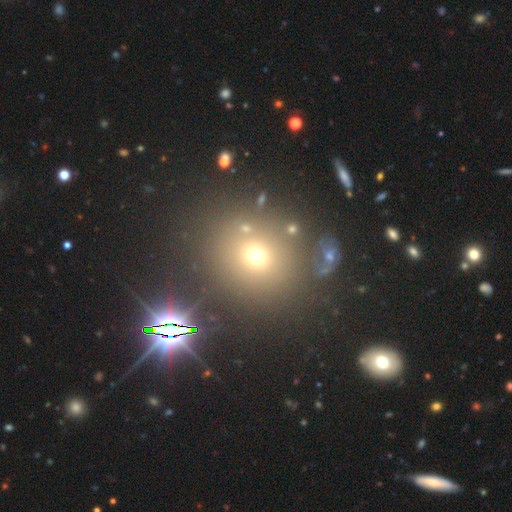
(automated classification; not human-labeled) The model was most divided on "smooth or featured": smooth: 58%, star or artifact: 31%, featured or disk: 12%. More confident: how rounded — round (86%); merging — none (78%).